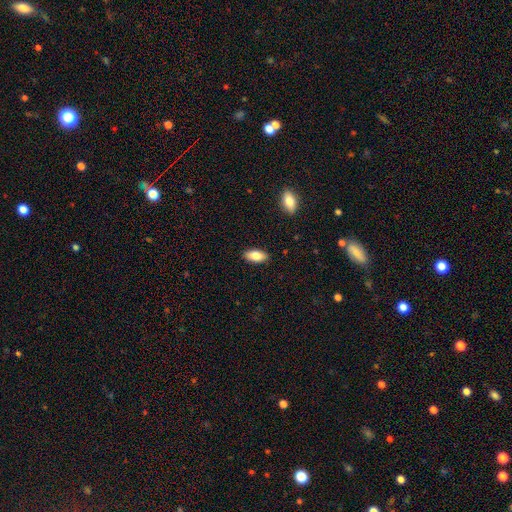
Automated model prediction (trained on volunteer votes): The model was most divided on "smooth or featured": smooth: 83%, featured or disk: 11%, star or artifact: 7%. More confident: how rounded — in between (89%); merging — none (89%).